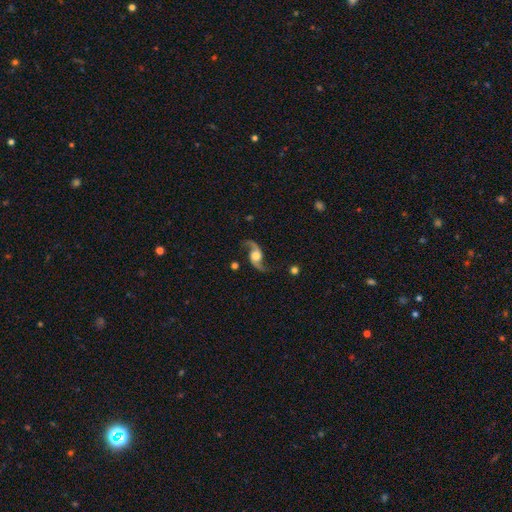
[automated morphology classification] A featured or disk galaxy (90%) with no bar (65%), 2 (95%) loose (83%) spiral arms (97%) and a large central bulge (46%).

Vote fractions:
- Smooth or featured? featured or disk: 90% / smooth: 5% / star or artifact: 5%
- Edge-on disk? no: 95% / yes: 5%
- Bar? no: 65% / weak: 27% / strong: 8%
- Spiral arms? yes: 97% / no: 3%
- Spiral winding? loose: 83% / medium: 14% / tight: 3%
- Spiral arm count? 2: 95% / 1: 1% / can't tell: 1% / 3: 1% / 4: 1% / more than 4: 1%
- Bulge size? large: 46% / moderate: 32% / dominant: 8% / small: 8% / none: 6%
- Merging? none: 80% / minor disturbance: 12% / major disturbance: 6% / merger: 2%